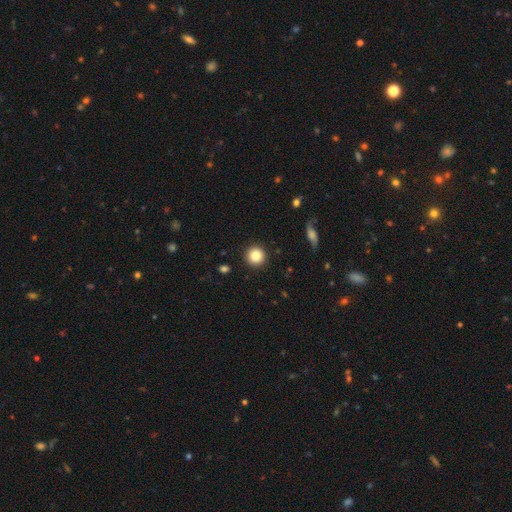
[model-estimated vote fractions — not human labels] Smooth or featured?
  - smooth: 86% *
  - star or artifact: 9%
  - featured or disk: 5%
How rounded?
  - round: 95% *
  - in between: 4%
  - cigar-shaped: 1%
Merging?
  - none: 92% *
  - minor disturbance: 5%
  - major disturbance: 2%
  - merger: 1%